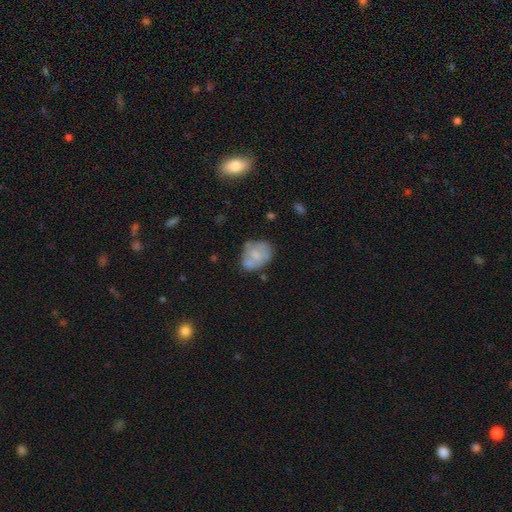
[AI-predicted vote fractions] Smooth or featured? smooth (55%)
How rounded? in between (63%)
Merging? none (49%)